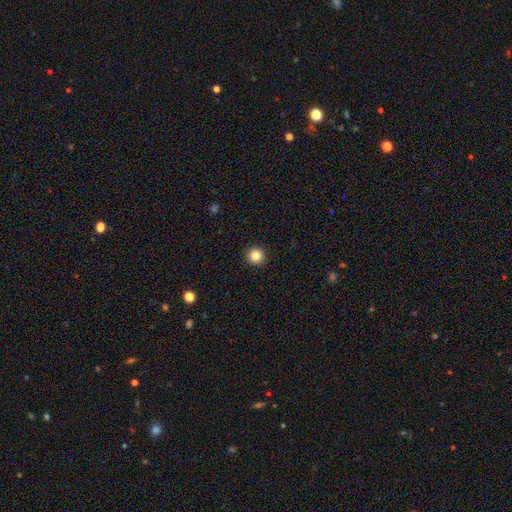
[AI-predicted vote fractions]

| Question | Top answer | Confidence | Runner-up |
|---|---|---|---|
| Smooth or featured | smooth | 85% | star or artifact (11%) |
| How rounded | round | 96% | in between (3%) |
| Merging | none | 94% | minor disturbance (4%) |